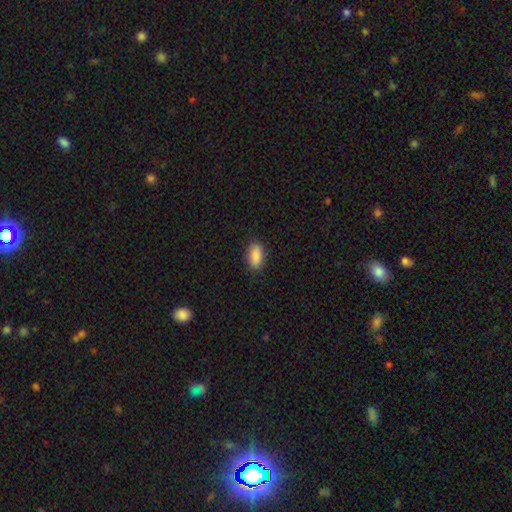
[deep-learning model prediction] smooth_or_featured: smooth (p=0.89) [alt: star or artifact p=0.07]
how_rounded: in between (p=0.90) [alt: cigar-shaped p=0.06]
merging: none (p=0.88) [alt: minor disturbance p=0.09]